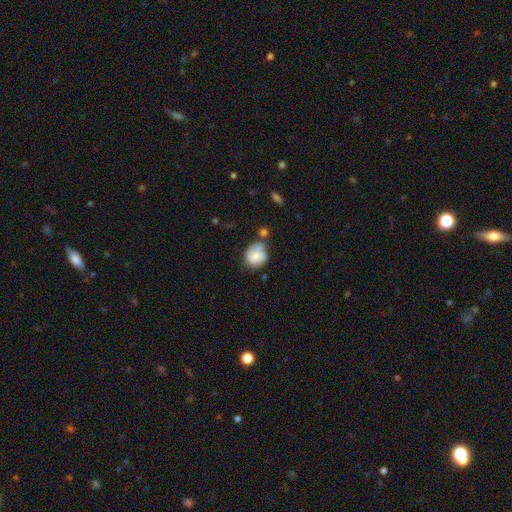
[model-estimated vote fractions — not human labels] smooth-or-featured: smooth: 74% | featured or disk: 18% | star or artifact: 8%
  how-rounded: round: 68% | in between: 31% | cigar-shaped: 1%
  merging: none: 44% | minor disturbance: 27% | merger: 19% | major disturbance: 9%